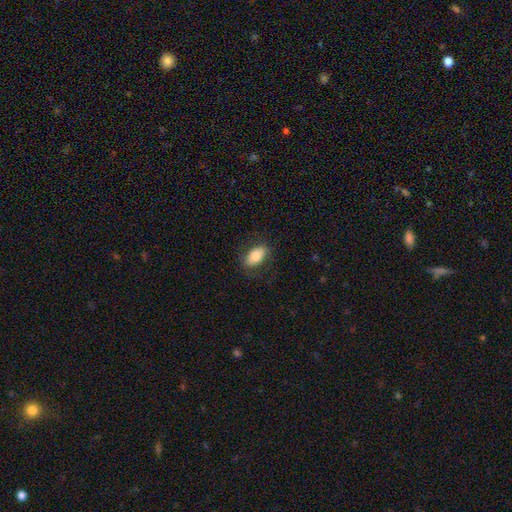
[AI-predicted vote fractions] smooth 77%, featured or disk 16%, star or artifact 7%. Down the decision tree: how rounded — in between (90%); merging — none (80%).